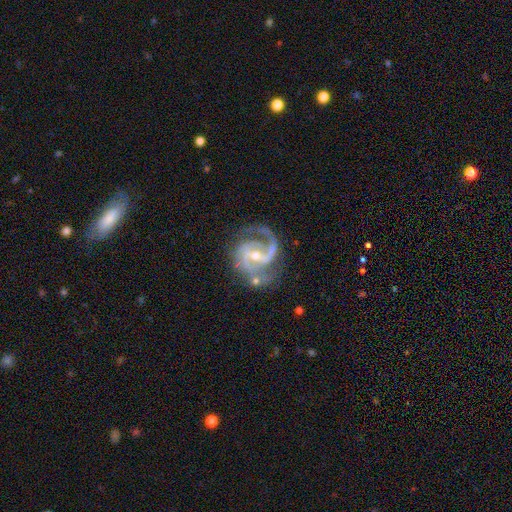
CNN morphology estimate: smooth_or_featured: featured or disk (p=0.92) [alt: star or artifact p=0.05]
disk_edge_on: no (p=0.98) [alt: yes p=0.02]
bar: weak (p=0.46) [alt: strong p=0.33]
has_spiral_arms: yes (p=0.98) [alt: no p=0.02]
spiral_winding: medium (p=0.60) [alt: tight p=0.26]
spiral_arm_count: 2 (p=0.73) [alt: 3 p=0.14]
bulge_size: small (p=0.50) [alt: moderate p=0.46]
merging: none (p=0.62) [alt: minor disturbance p=0.20]